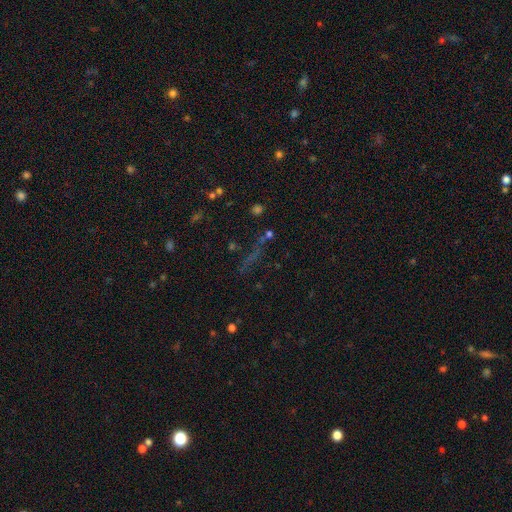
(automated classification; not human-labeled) Smooth or featured? star or artifact (61%)